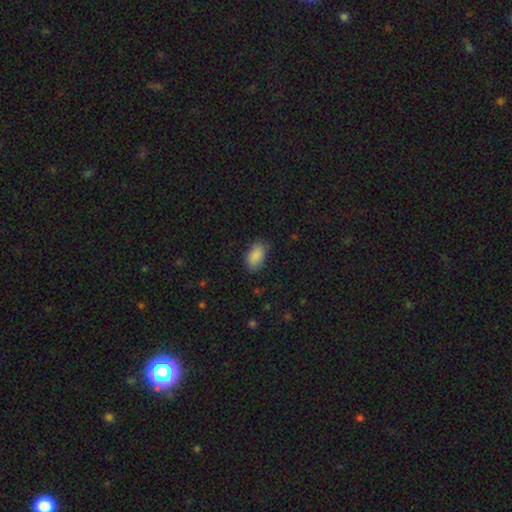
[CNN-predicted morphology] Smooth or featured: smooth — 89% (star or artifact — 7%)
How rounded: in between — 93% (round — 5%)
Merging: none — 82% (minor disturbance — 14%)